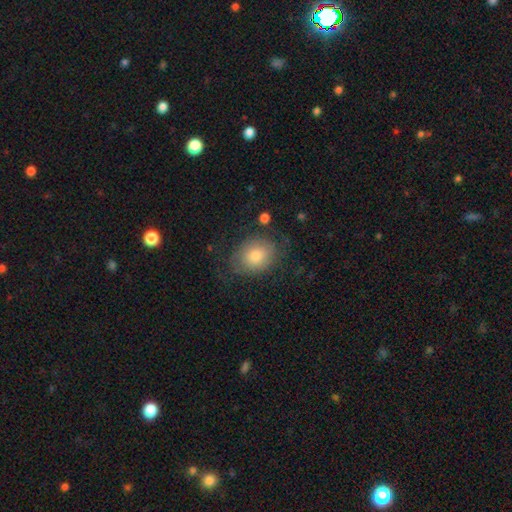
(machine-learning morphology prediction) Smooth or featured? smooth (66%)
How rounded? in between (57%)
Merging? none (68%)